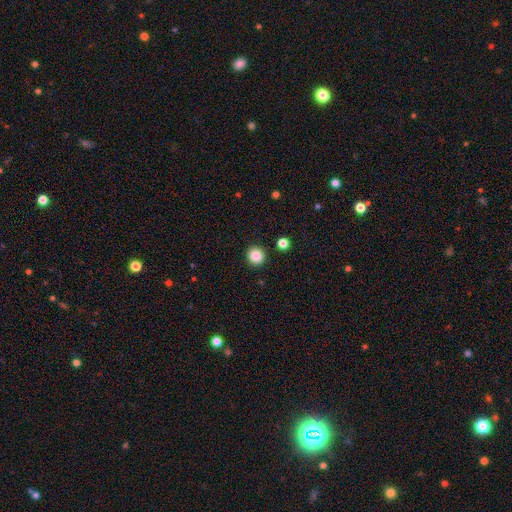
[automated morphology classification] This appears to be a smooth galaxy with no disk features (86%) that is round (93%). Merging: none (91%).